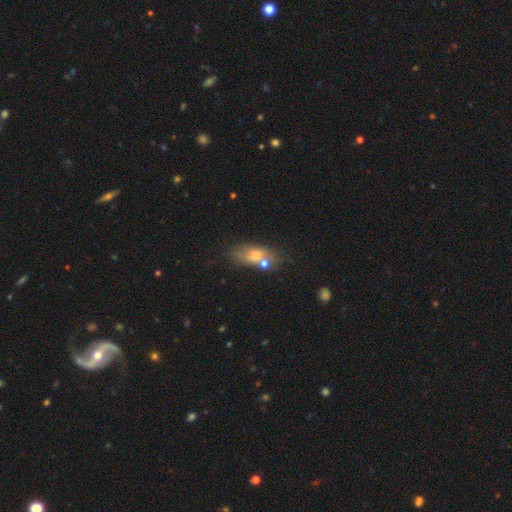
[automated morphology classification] A smooth galaxy with no disk features (64%) that is in between round and cigar-shaped (83%). Merging: none (45%).